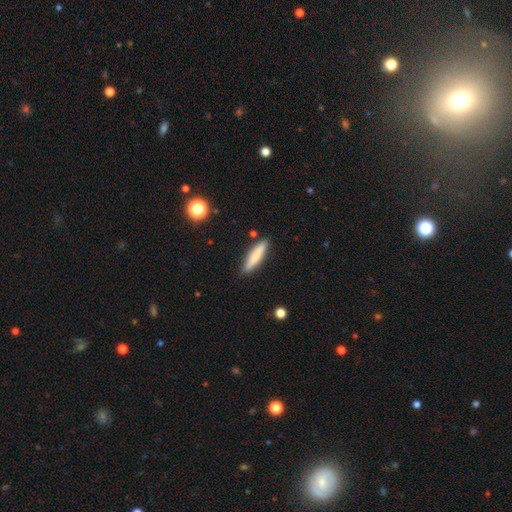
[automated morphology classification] This is likely a smooth galaxy (79%). How rounded: clearly cigar-shaped (81%). Merging: clearly none (86%).